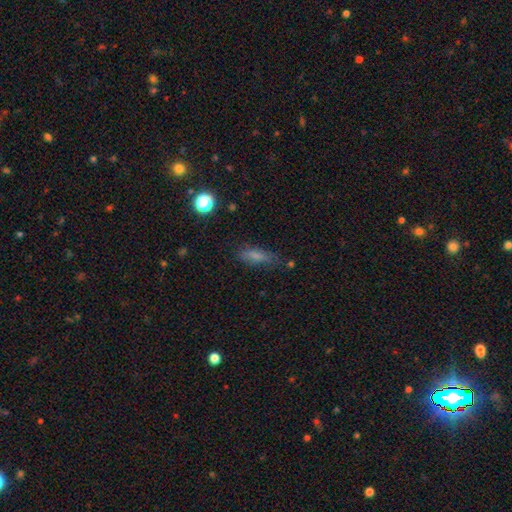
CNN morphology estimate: Smooth or featured: smooth — 72% (featured or disk — 15%)
How rounded: in between — 50% (cigar-shaped — 46%)
Merging: none — 67% (minor disturbance — 23%)